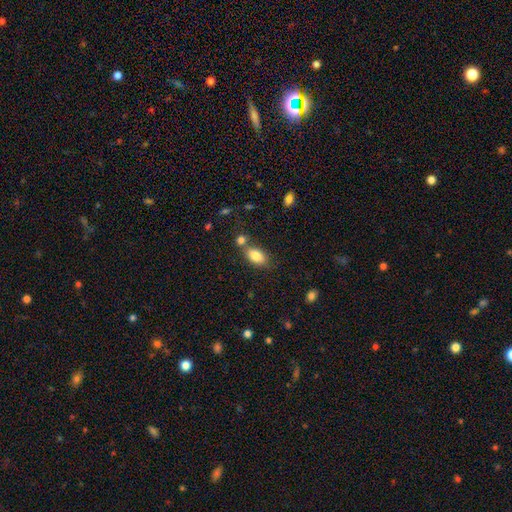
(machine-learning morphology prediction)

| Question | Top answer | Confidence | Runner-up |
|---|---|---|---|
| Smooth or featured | smooth | 83% | featured or disk (9%) |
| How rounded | in between | 90% | round (6%) |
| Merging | none | 59% | merger (24%) |